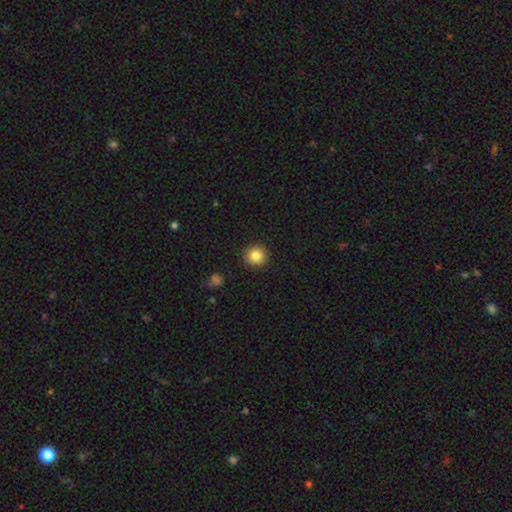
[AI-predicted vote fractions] smooth-or-featured: smooth: 85% | star or artifact: 10% | featured or disk: 5%
  how-rounded: round: 94% | in between: 5% | cigar-shaped: 1%
  merging: none: 91% | minor disturbance: 6% | major disturbance: 2% | merger: 1%